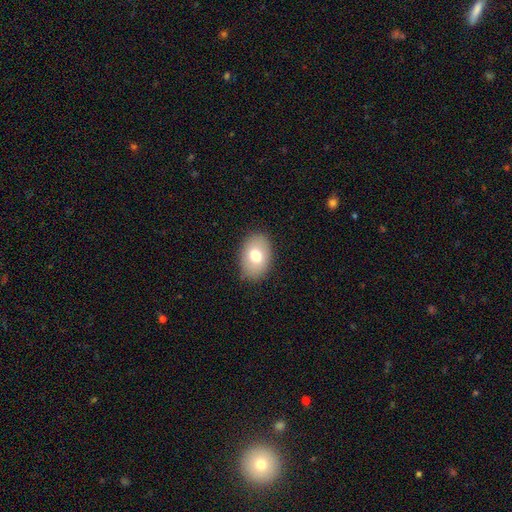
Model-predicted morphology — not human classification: Smooth or featured: smooth — 75% (featured or disk — 16%)
How rounded: in between — 81% (round — 18%)
Merging: none — 86% (minor disturbance — 10%)